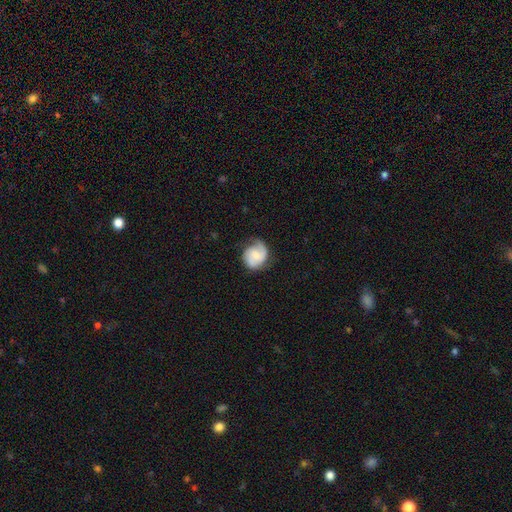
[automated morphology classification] A featured or disk galaxy (63%) with no bar (59%), 2 (66%) medium (43%) spiral arms (94%) and a small central bulge (47%). Merging: none (66%).